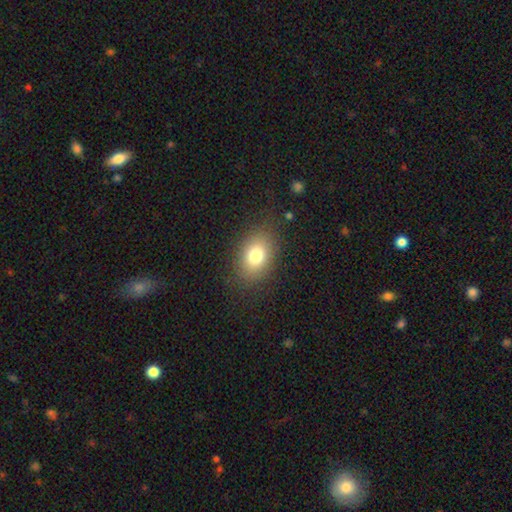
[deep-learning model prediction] A smooth galaxy with no disk features (78%) that is in between round and cigar-shaped (75%).

Vote fractions:
- Smooth or featured? smooth: 78% / featured or disk: 12% / star or artifact: 11%
- How rounded? in between: 75% / round: 24% / cigar-shaped: 1%
- Merging? none: 82% / minor disturbance: 12% / major disturbance: 5% / merger: 1%